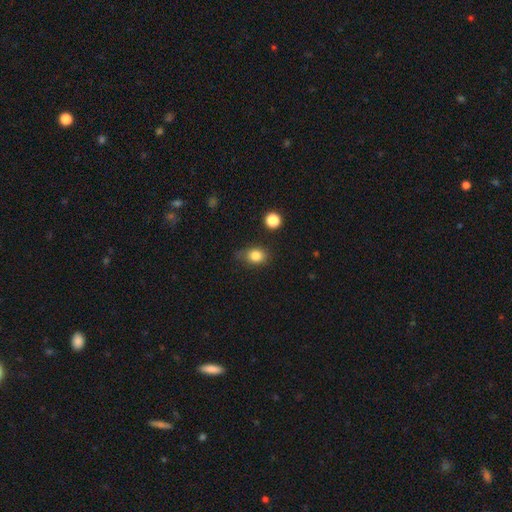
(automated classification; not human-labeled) The model was most divided on "how rounded": in between: 55%, round: 43%, cigar-shaped: 1%. More confident: smooth or featured — smooth (82%); merging — none (71%).